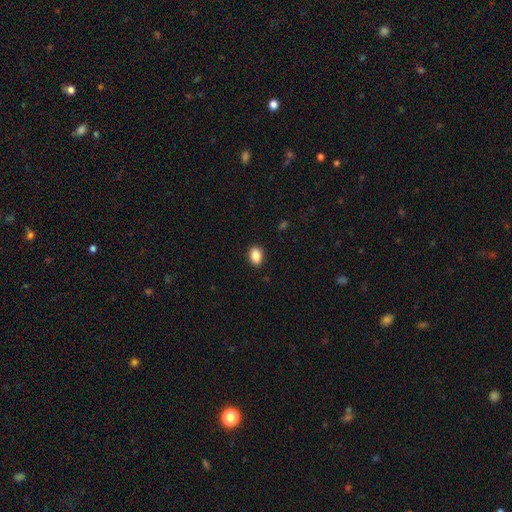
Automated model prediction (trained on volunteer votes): Smooth or featured?
  - smooth: 87% *
  - star or artifact: 8%
  - featured or disk: 4%
How rounded?
  - in between: 79% *
  - round: 20%
  - cigar-shaped: 1%
Merging?
  - none: 89% *
  - minor disturbance: 8%
  - major disturbance: 2%
  - merger: 1%